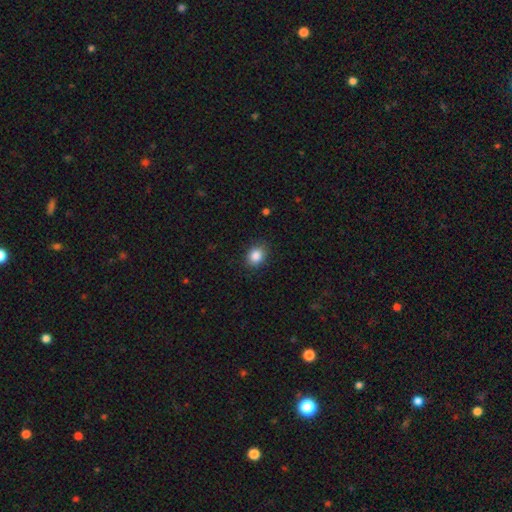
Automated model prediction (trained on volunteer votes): A smooth galaxy with no disk features (86%) that is round (52%). Merging: none (85%).